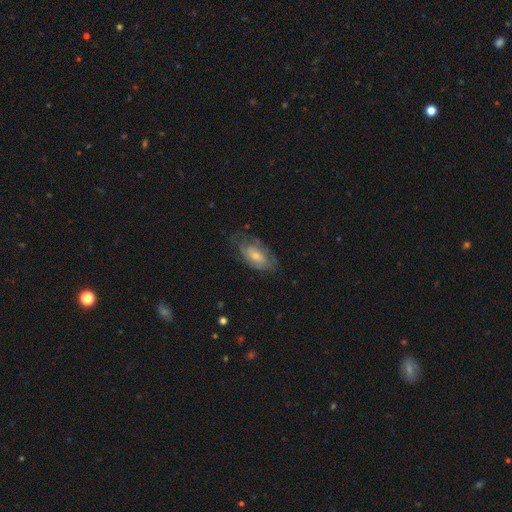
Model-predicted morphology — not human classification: A smooth galaxy with no disk features (49%).

Vote fractions:
- Smooth or featured? smooth: 49% / featured or disk: 44% / star or artifact: 7%
- Merging? none: 55% / minor disturbance: 28% / major disturbance: 15% / merger: 2%